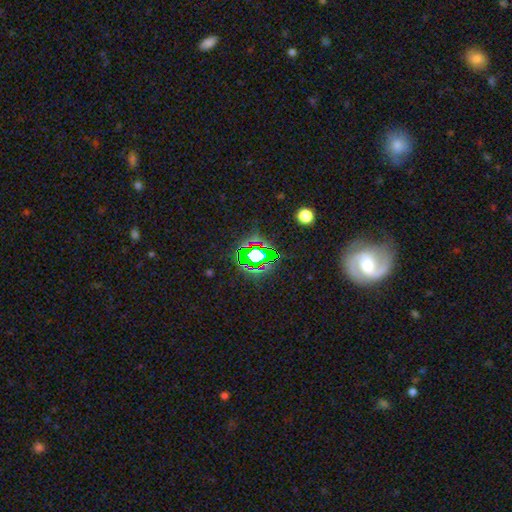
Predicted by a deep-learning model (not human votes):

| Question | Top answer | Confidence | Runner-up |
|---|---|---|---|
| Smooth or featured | star or artifact | 71% | smooth (16%) |